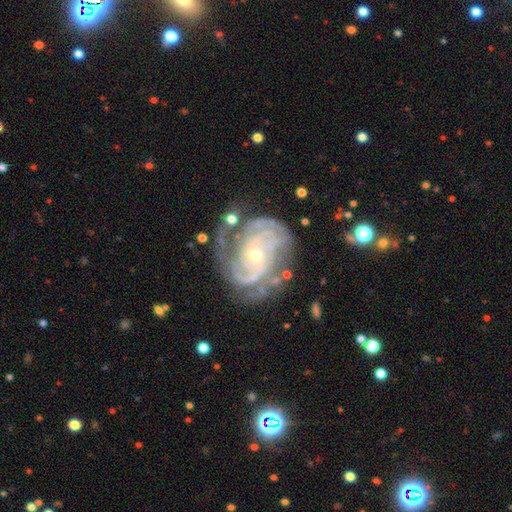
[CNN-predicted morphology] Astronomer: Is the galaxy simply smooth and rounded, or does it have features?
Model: featured or disk — 91%.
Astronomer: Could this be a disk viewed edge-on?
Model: no — 97%.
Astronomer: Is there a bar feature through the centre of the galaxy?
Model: no — 71%.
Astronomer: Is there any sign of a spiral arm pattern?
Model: yes — 98%.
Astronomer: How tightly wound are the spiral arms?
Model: tight — 67%.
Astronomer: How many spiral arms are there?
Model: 2 — 31% (runner-up: 3, 23%).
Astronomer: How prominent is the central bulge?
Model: small — 65%.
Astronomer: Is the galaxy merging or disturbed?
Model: none — 62%.